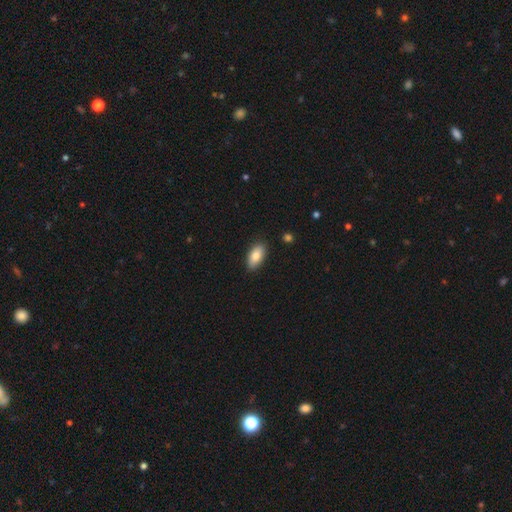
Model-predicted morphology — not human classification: The model was most divided on "smooth or featured": smooth: 82%, featured or disk: 12%, star or artifact: 7%. More confident: how rounded — in between (91%); merging — none (87%).